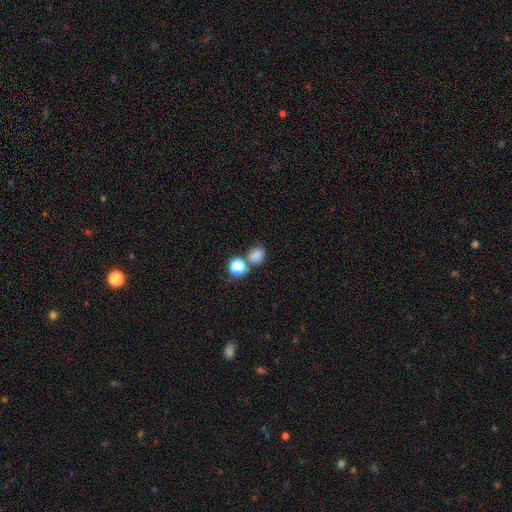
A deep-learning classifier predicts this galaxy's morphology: Q: Smooth or featured?
A: smooth (79%); runner-up: star or artifact (16%)
Q: How rounded?
A: round (69%); runner-up: in between (30%)
Q: Merging?
A: none (61%); runner-up: merger (23%)